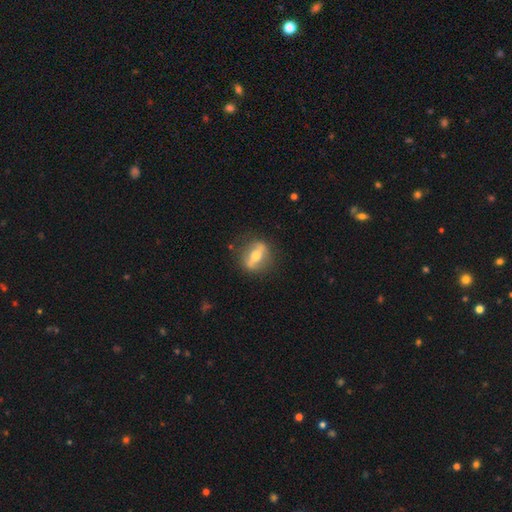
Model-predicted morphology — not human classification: Smooth or featured? Predicted: featured or disk (p=0.69). Edge-on disk? Predicted: no (p=0.53). Merging? Predicted: none (p=0.83).